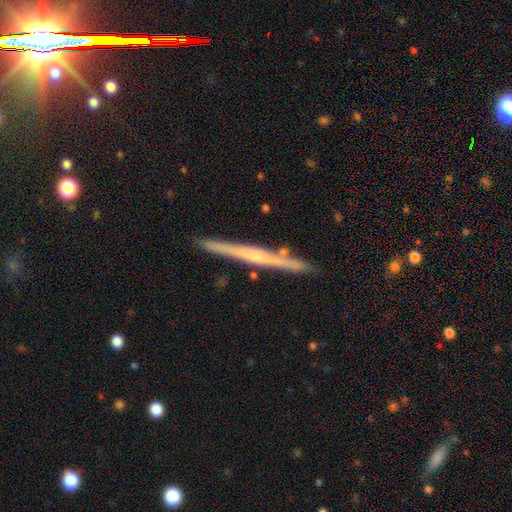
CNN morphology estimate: Overall: featured or disk (62%; smooth 32%). Edge-on disk: yes (97%). Edge-on bulge: none (68%). Merging: none (88%).